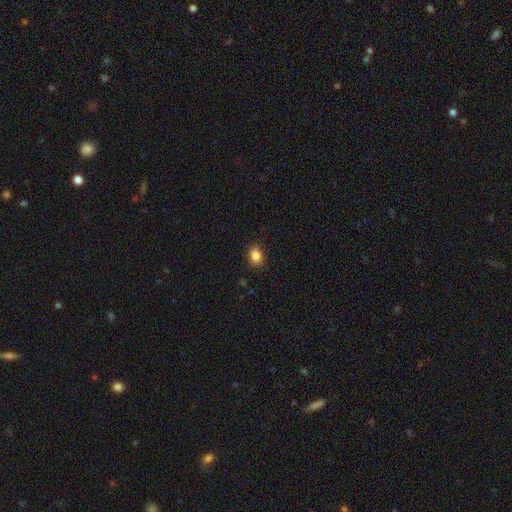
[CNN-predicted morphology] Overall: smooth (86%). How rounded: in between (59%; round 40%). Merging: none (88%).